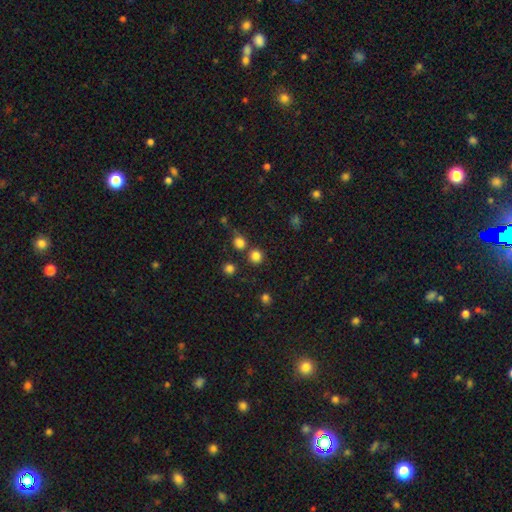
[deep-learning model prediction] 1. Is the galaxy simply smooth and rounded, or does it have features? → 81% smooth, 15% star or artifact, 5% featured or disk.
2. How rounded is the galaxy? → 92% round, 7% in between, 1% cigar-shaped.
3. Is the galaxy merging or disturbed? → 77% none, 13% merger, 7% minor disturbance, 3% major disturbance.